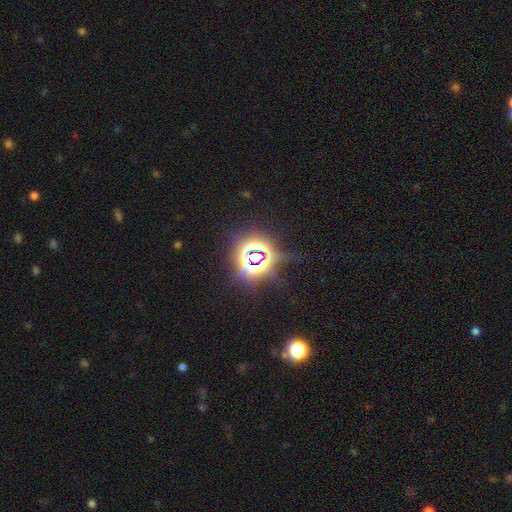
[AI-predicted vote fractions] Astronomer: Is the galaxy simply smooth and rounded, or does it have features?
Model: star or artifact — 81%.